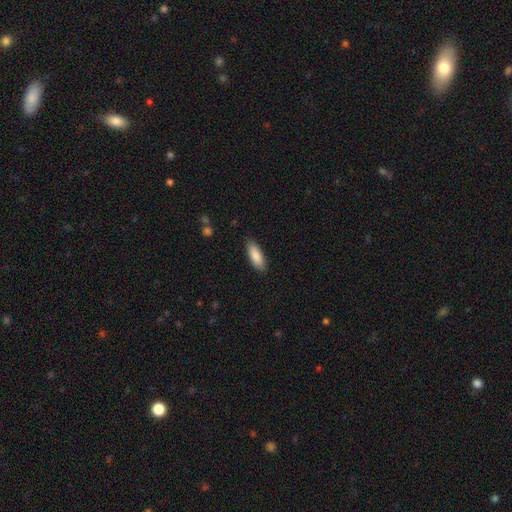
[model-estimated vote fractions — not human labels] Smooth or featured? Predicted: smooth (p=0.88). How rounded? Predicted: in between (p=0.72). Merging? Predicted: none (p=0.86).